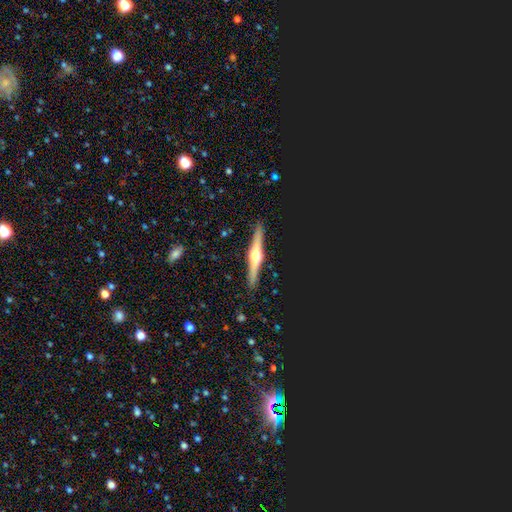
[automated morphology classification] Smooth or featured? featured or disk (75%)
Edge-on disk? yes (98%)
Edge-on bulge? rounded (91%)
Merging? none (91%)